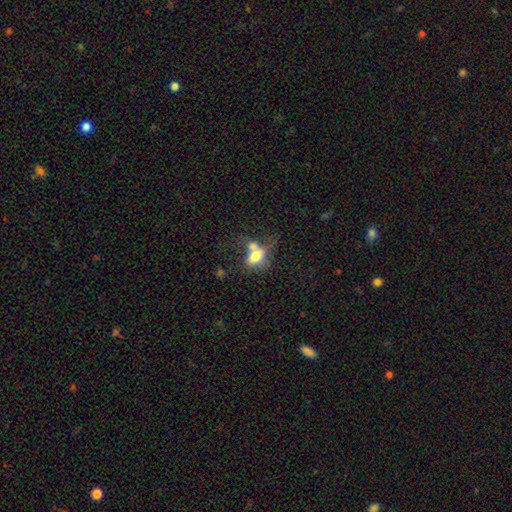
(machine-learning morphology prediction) This appears to be a smooth galaxy with no disk features (69%) that is in between round and cigar-shaped (79%). Merging: merger (57%).